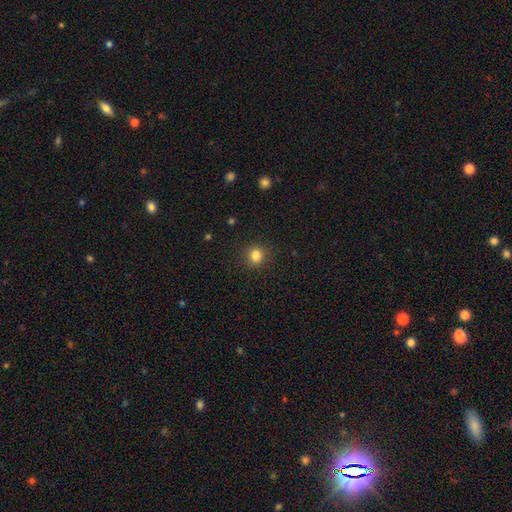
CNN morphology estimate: This is clearly a smooth galaxy (83%). How rounded: clearly round (88%). Merging: clearly none (90%).